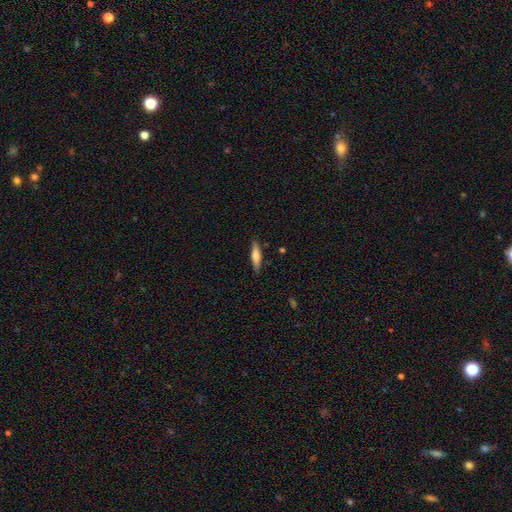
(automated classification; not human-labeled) Smooth or featured? smooth (60%)
How rounded? cigar-shaped (76%)
Merging? none (87%)